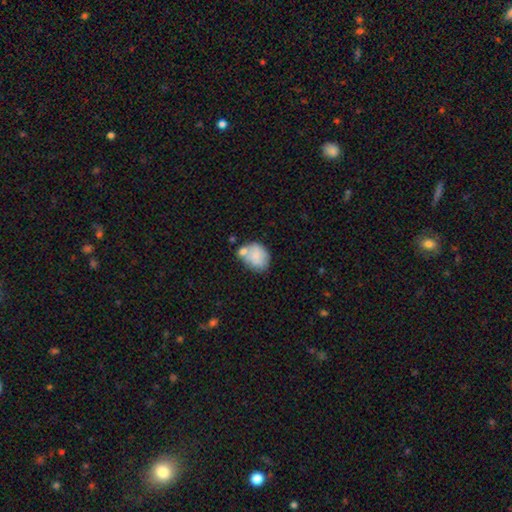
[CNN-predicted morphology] The model was most divided on "how rounded": in between: 51%, round: 48%, cigar-shaped: 1%. Remaining: smooth or featured — smooth (73%); merging — none (43%).